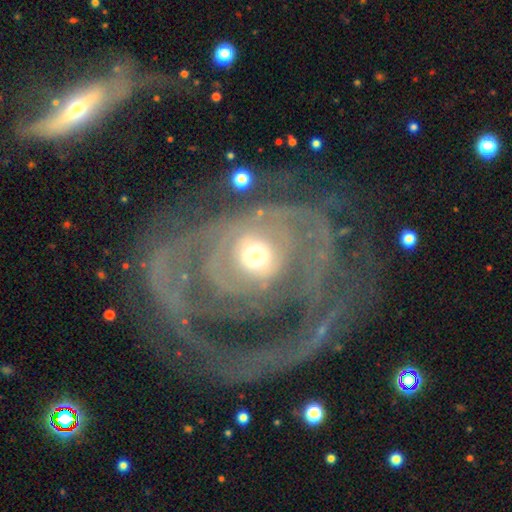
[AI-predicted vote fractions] featured or disk 82%, smooth 11%, star or artifact 7%. Down the decision tree: edge-on disk — no (97%); bar — no (68%); spiral arms — yes (80%); spiral arm count — 2 (32%); spiral winding — tight (42%); bulge size — moderate (60%); merging — none (42%).